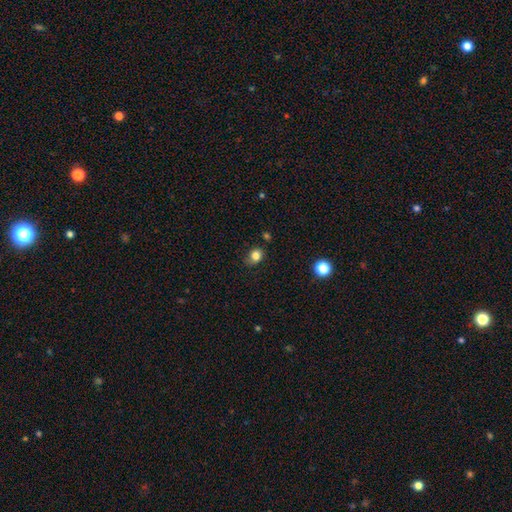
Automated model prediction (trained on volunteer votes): smooth 82%, star or artifact 11%, featured or disk 7%. Down the decision tree: how rounded — round (54%); merging — none (66%).